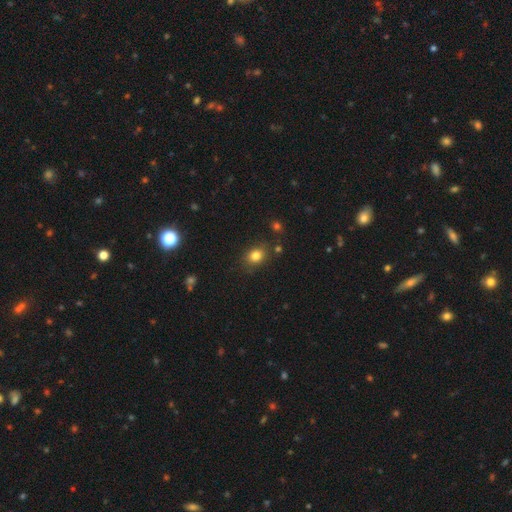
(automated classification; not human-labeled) A smooth galaxy with no disk features (82%) that is in between round and cigar-shaped (52%).

Vote fractions:
- Smooth or featured? smooth: 82% / star or artifact: 12% / featured or disk: 7%
- How rounded? in between: 52% / round: 47% / cigar-shaped: 1%
- Merging? none: 80% / minor disturbance: 13% / merger: 4% / major disturbance: 4%